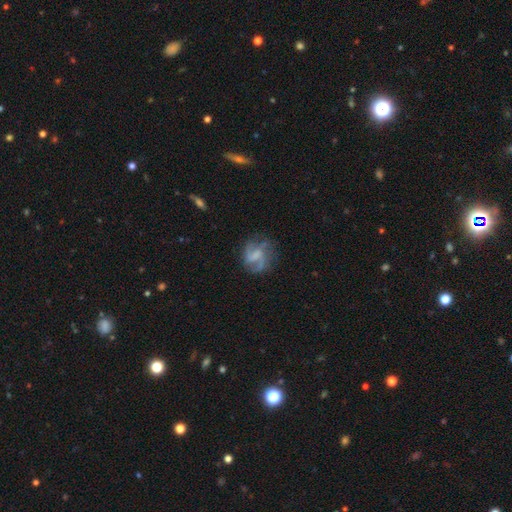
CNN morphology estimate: type=featured or disk (64%); edge-on=no (98%); bar=weak (45%); spiral arms=yes (82%); winding=loose (41%, tied with medium); arm count=2 (50%); bulge=none (51%); merging=none (59%).